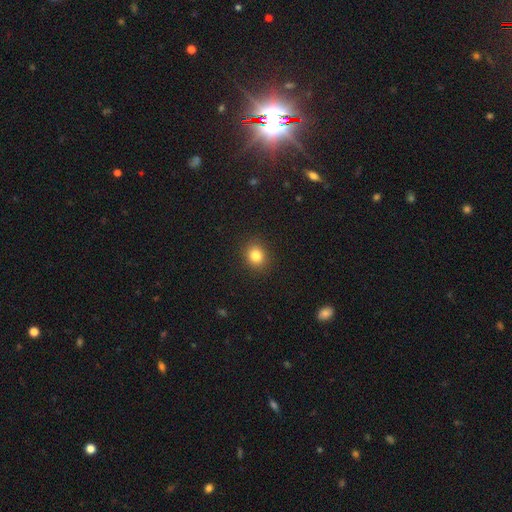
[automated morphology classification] Q: Smooth or featured?
A: smooth (83%); runner-up: star or artifact (12%)
Q: How rounded?
A: round (72%); runner-up: in between (27%)
Q: Merging?
A: none (90%); runner-up: minor disturbance (7%)